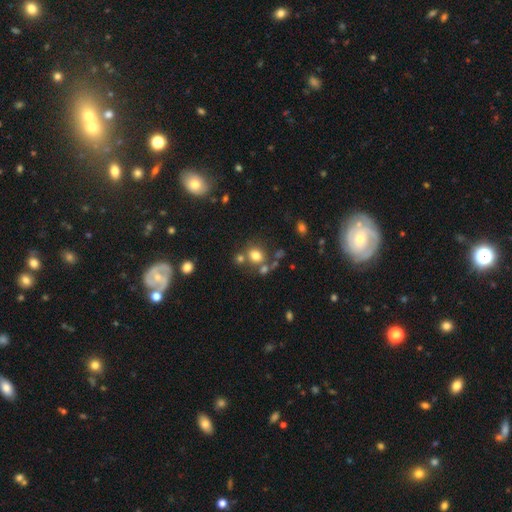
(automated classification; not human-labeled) This appears to be a smooth galaxy with no disk features (75%) that is round (65%). Merging: none (59%).